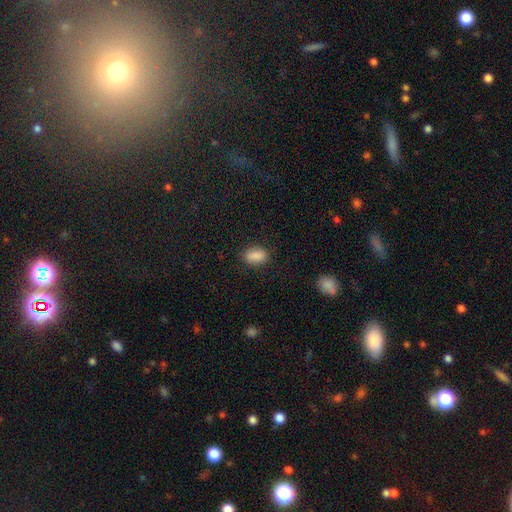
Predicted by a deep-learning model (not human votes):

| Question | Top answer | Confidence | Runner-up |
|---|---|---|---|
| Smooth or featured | smooth | 86% | star or artifact (8%) |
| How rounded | in between | 84% | round (11%) |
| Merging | none | 84% | minor disturbance (12%) |